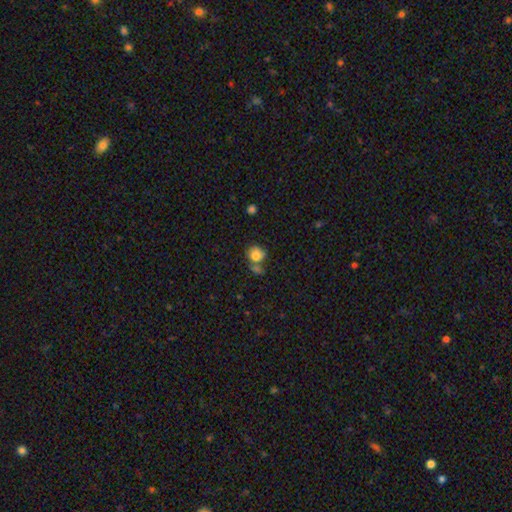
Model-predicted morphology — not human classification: Smooth or featured? Predicted: smooth (p=0.79). How rounded? Predicted: round (p=0.75). Merging? Predicted: none (p=0.46).